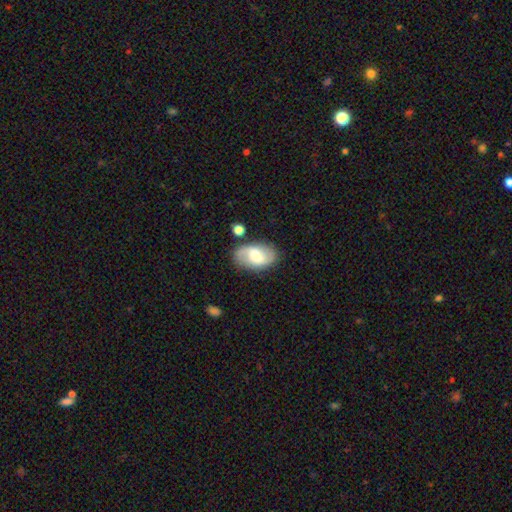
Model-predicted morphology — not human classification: type=featured or disk (55%); edge-on=no (96%); bar=weak (51%); spiral arms=yes (85%); bulge=moderate (52%); merging=none (77%).